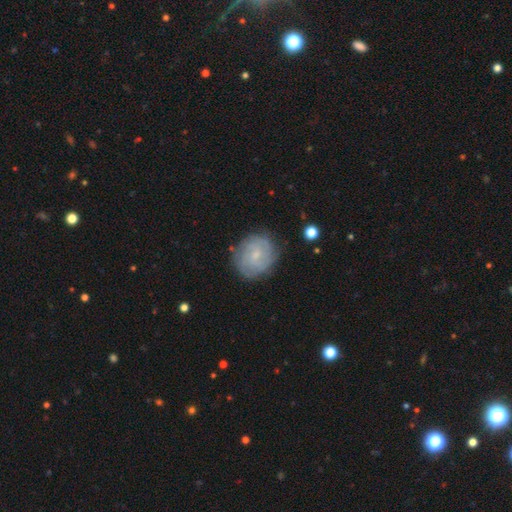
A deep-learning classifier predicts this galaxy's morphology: smooth-or-featured: featured or disk: 66% | smooth: 27% | star or artifact: 7%
  disk-edge-on: no: 98% | yes: 2%
    bar: no: 51% | weak: 44% | strong: 6%
    has-spiral-arms: yes: 89% | no: 11%
      spiral-winding: tight: 67% | medium: 26% | loose: 7%
      spiral-arm-count: can't tell: 42% | 2: 26% | 3: 14% | 4: 8% | 1: 5% | more than 4: 4%
    bulge-size: small: 70% | moderate: 20% | none: 9% | large: 1% | dominant: 1%
  merging: none: 79% | minor disturbance: 15% | major disturbance: 4% | merger: 1%